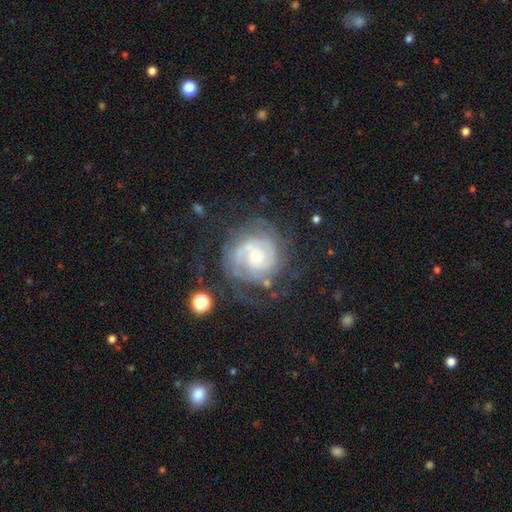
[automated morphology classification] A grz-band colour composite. It shows a featured or disk galaxy (84%) with no bar (61%), 2 (42%) tight (60%) spiral arms (95%) and a small central bulge (65%). Merging: none (63%).